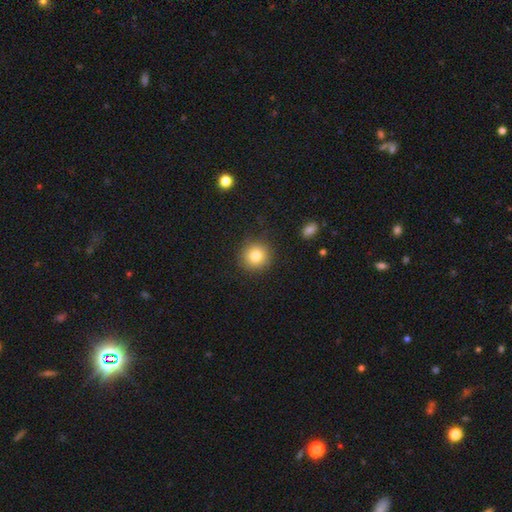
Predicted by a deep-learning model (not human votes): This appears to be a smooth galaxy with no disk features (81%) that is round (93%). Merging: none (88%).